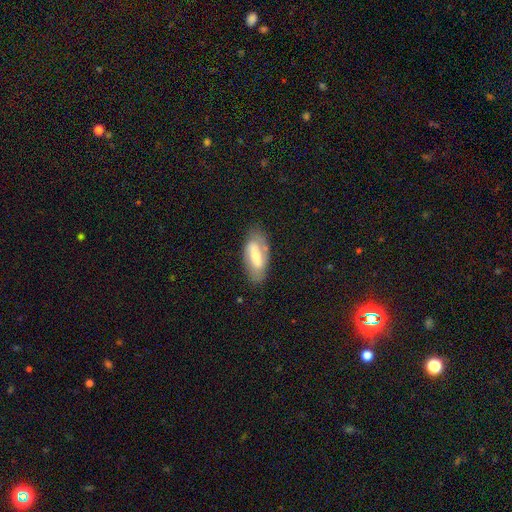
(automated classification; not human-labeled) Smooth or featured? Predicted: featured or disk (p=0.50). Merging? Predicted: none (p=0.70).